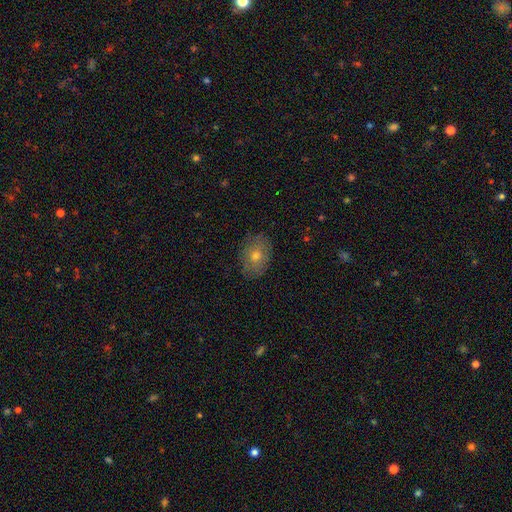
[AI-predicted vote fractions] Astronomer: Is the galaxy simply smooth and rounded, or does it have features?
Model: smooth — 69%.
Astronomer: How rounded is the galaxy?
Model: in between — 74%.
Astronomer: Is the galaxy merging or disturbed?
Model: none — 82%.